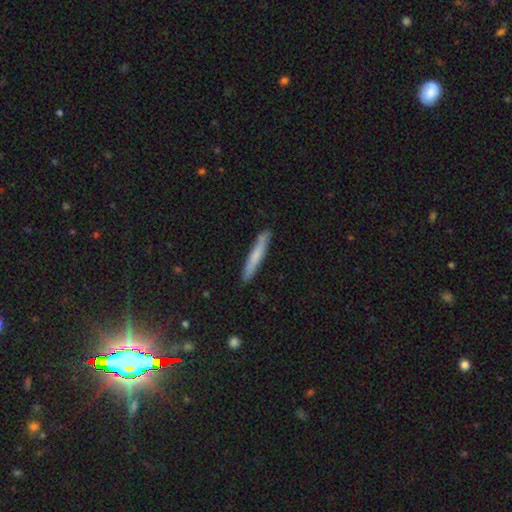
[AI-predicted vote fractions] smooth_or_featured: smooth (p=0.67) [alt: featured or disk p=0.27]
how_rounded: cigar-shaped (p=0.95) [alt: in between p=0.04]
merging: none (p=0.89) [alt: minor disturbance p=0.08]